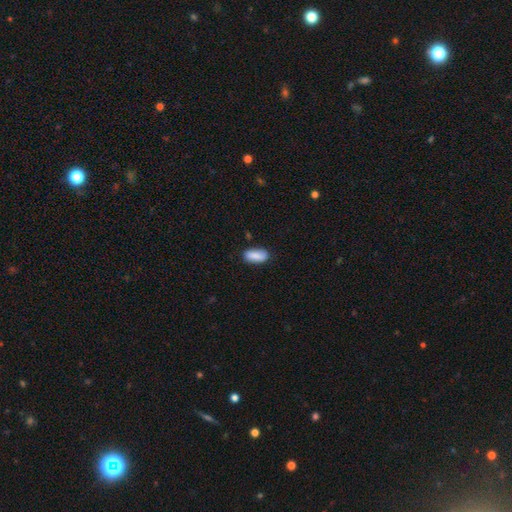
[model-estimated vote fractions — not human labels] Smooth or featured? smooth (84%)
How rounded? in between (86%)
Merging? none (78%)